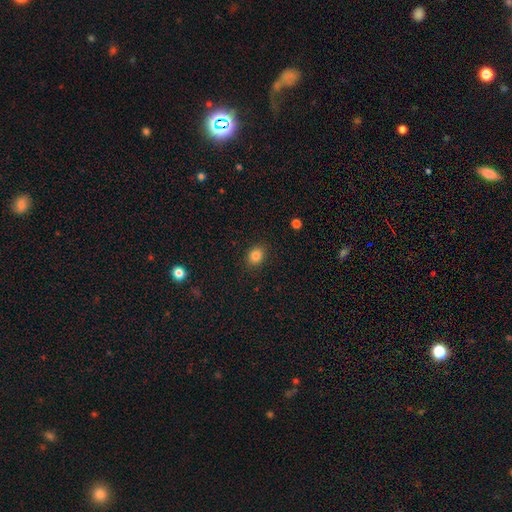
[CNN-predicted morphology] A smooth galaxy with no disk features (84%) that is in between round and cigar-shaped (50%).

Vote fractions:
- Smooth or featured? smooth: 84% / star or artifact: 11% / featured or disk: 6%
- How rounded? in between: 50% / round: 49% / cigar-shaped: 1%
- Merging? none: 87% / minor disturbance: 9% / major disturbance: 2% / merger: 1%